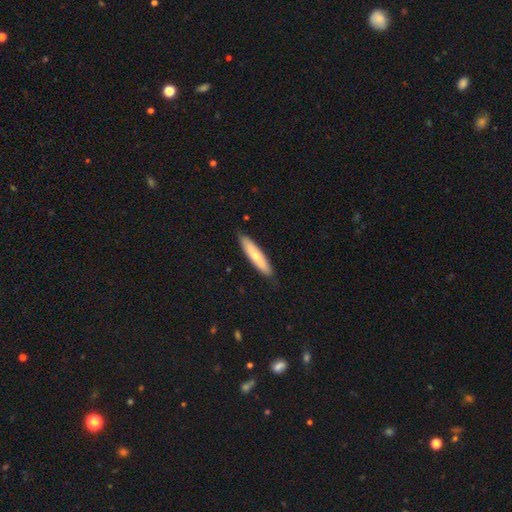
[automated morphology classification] type=smooth (65%); roundness=cigar-shaped (82%); merging=none (86%).